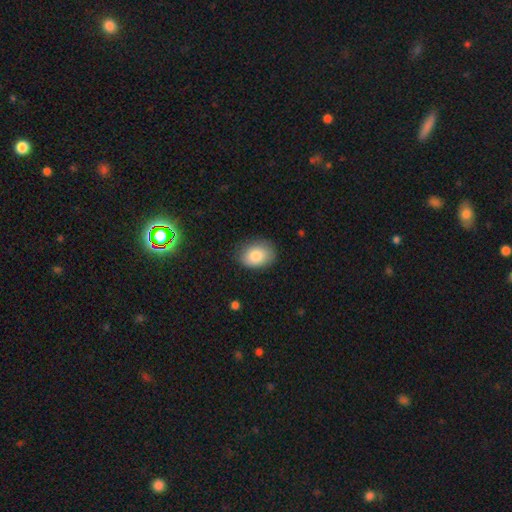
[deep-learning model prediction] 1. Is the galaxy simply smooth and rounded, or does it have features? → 83% smooth, 9% featured or disk, 8% star or artifact.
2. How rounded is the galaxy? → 74% in between, 25% round, 1% cigar-shaped.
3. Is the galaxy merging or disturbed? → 81% none, 15% minor disturbance, 3% major disturbance, 1% merger.